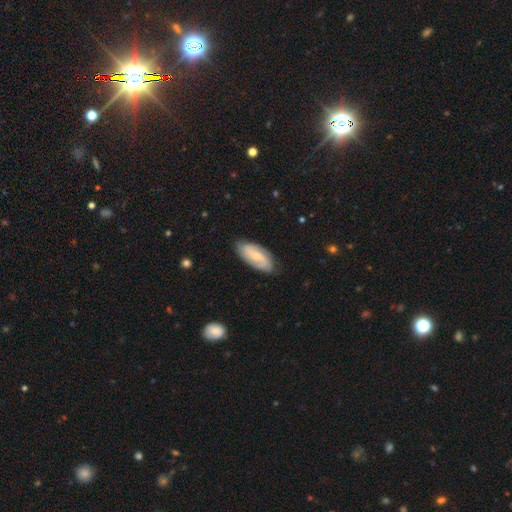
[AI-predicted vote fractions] Morphology: type=featured or disk (60%); edge-on=no (92%); bar=no (52%); spiral arms=yes (90%); bulge=small (64%); merging=none (78%).